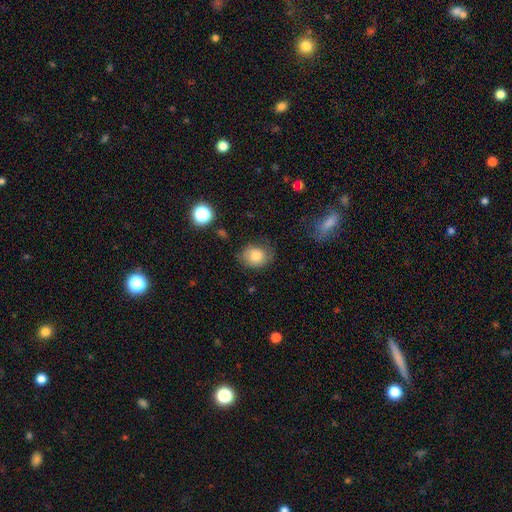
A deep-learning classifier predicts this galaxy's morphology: The model was most divided on "how rounded": round: 60%, in between: 39%, cigar-shaped: 1%. More confident: smooth or featured — smooth (78%); merging — none (66%).